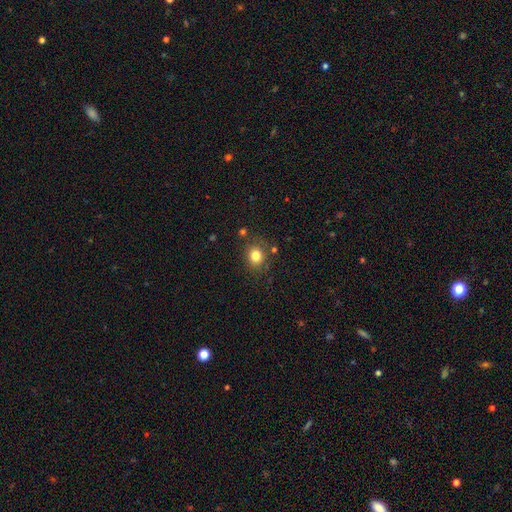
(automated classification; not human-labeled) Smooth or featured: smooth — 80% (star or artifact — 12%)
How rounded: round — 73% (in between — 26%)
Merging: none — 79% (minor disturbance — 12%)